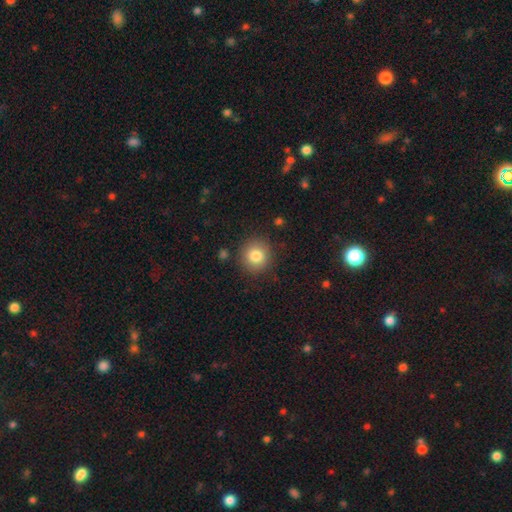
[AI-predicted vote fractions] Smooth or featured?
  - smooth: 82% *
  - star or artifact: 10%
  - featured or disk: 8%
How rounded?
  - round: 90% *
  - in between: 9%
  - cigar-shaped: 1%
Merging?
  - none: 88% *
  - minor disturbance: 8%
  - major disturbance: 3%
  - merger: 2%